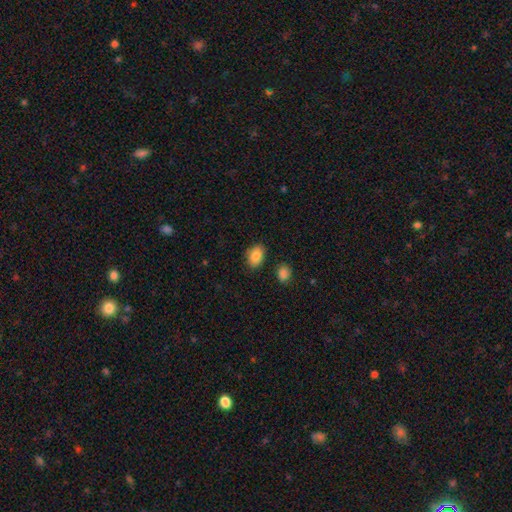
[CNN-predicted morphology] A smooth galaxy with no disk features (85%) that is in between round and cigar-shaped (81%).

Vote fractions:
- Smooth or featured? smooth: 85% / star or artifact: 8% / featured or disk: 7%
- How rounded? in between: 81% / round: 18% / cigar-shaped: 1%
- Merging? none: 83% / minor disturbance: 12% / merger: 3% / major disturbance: 3%